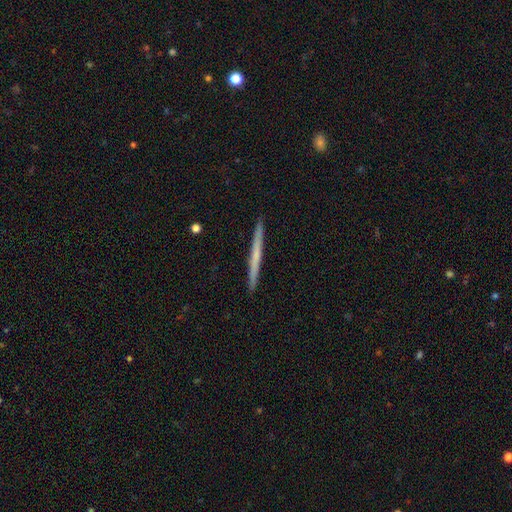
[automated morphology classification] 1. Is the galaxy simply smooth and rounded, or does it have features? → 49% featured or disk, 45% smooth, 5% star or artifact.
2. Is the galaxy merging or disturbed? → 93% none, 5% minor disturbance, 1% major disturbance, 1% merger.